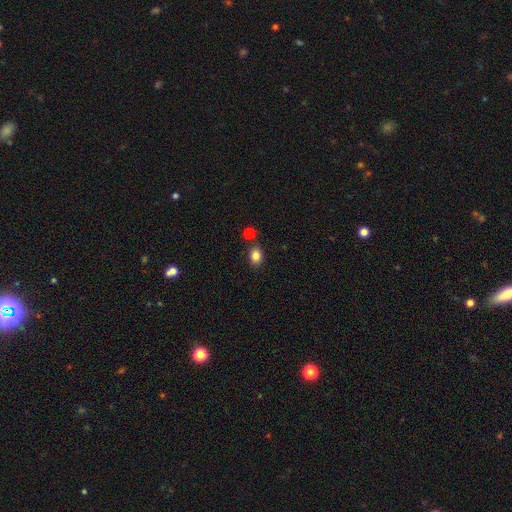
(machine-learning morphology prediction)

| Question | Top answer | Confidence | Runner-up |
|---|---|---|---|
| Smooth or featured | smooth | 85% | star or artifact (10%) |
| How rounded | in between | 60% | round (39%) |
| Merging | none | 75% | merger (12%) |